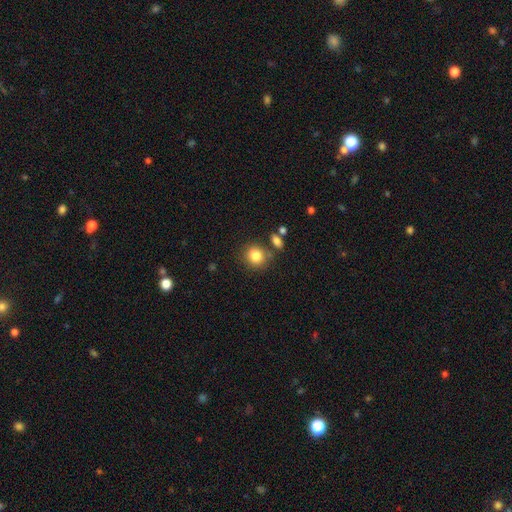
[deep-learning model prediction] smooth-or-featured: smooth: 83% | star or artifact: 10% | featured or disk: 7%
  how-rounded: round: 79% | in between: 20% | cigar-shaped: 1%
  merging: none: 74% | minor disturbance: 12% | merger: 10% | major disturbance: 4%